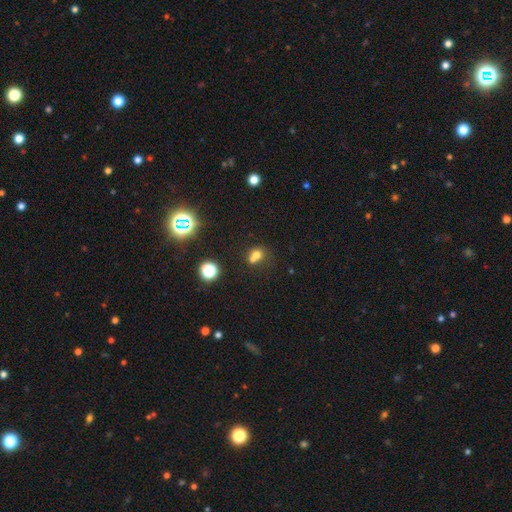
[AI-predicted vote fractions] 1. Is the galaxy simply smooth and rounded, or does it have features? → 67% smooth, 18% star or artifact, 15% featured or disk.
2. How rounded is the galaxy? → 62% round, 36% in between, 1% cigar-shaped.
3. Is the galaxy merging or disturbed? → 51% merger, 34% none, 10% minor disturbance, 5% major disturbance.